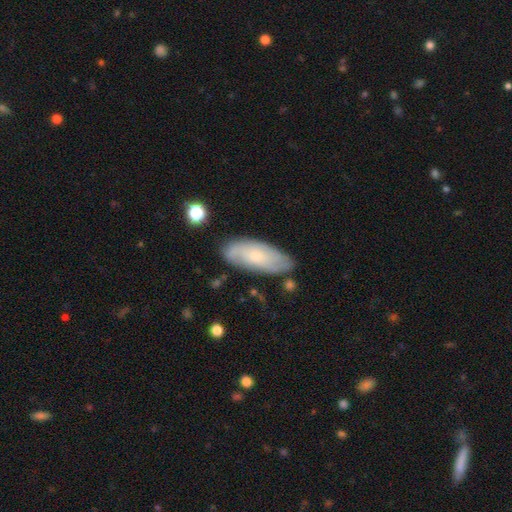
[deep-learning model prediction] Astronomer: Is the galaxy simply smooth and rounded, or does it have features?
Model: featured or disk — 50% (runner-up: smooth, 43%).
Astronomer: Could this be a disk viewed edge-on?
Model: no — 85%.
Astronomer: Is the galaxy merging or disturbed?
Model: none — 76%.